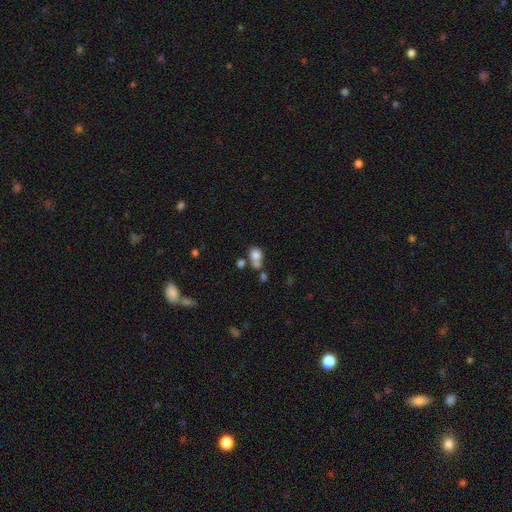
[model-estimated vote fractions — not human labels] This appears to be a smooth galaxy with no disk features (77%) that is in between round and cigar-shaped (55%). Merging: merger (41%).